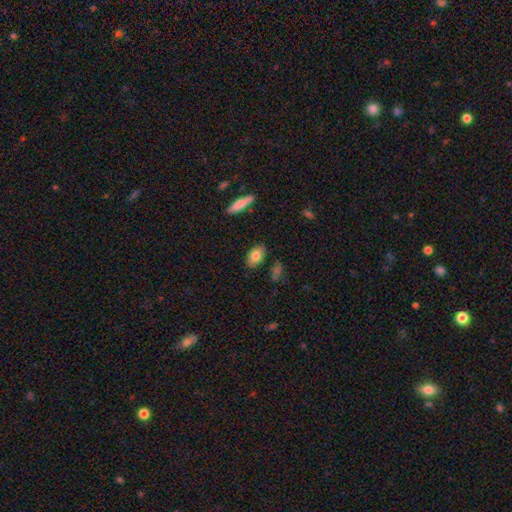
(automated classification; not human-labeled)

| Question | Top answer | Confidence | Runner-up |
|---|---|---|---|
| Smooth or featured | smooth | 81% | featured or disk (11%) |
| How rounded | in between | 89% | round (8%) |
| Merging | none | 85% | minor disturbance (11%) |